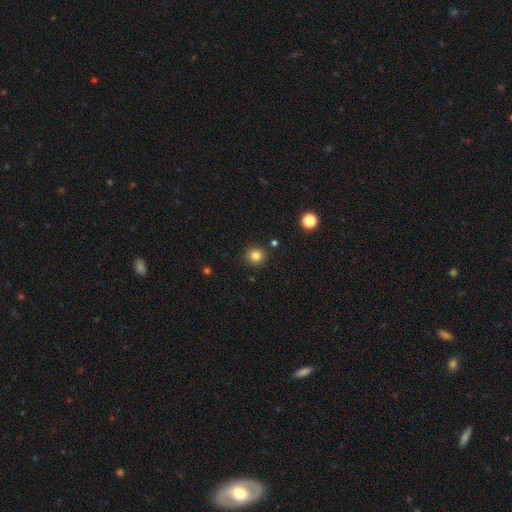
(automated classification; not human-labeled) Smooth or featured? smooth (82%)
How rounded? round (92%)
Merging? none (89%)